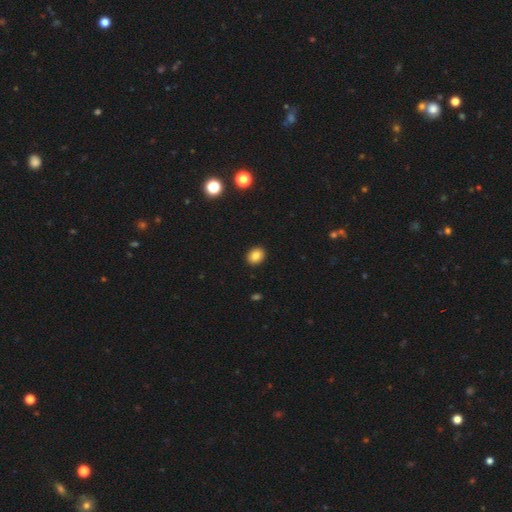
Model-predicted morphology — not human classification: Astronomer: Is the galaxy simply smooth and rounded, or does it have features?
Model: smooth — 84%.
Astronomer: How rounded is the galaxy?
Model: round — 50%, tied with in between at 50%.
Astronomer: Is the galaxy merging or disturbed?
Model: none — 92%.